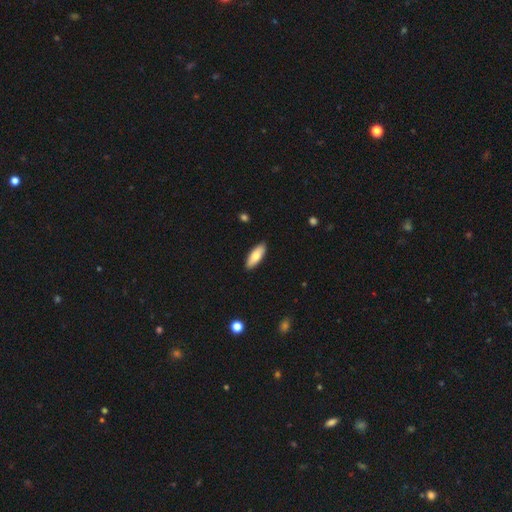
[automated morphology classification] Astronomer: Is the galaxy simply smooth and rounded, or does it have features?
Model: smooth — 75%.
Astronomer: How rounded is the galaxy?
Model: in between — 69%.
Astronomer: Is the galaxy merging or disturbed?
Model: none — 90%.